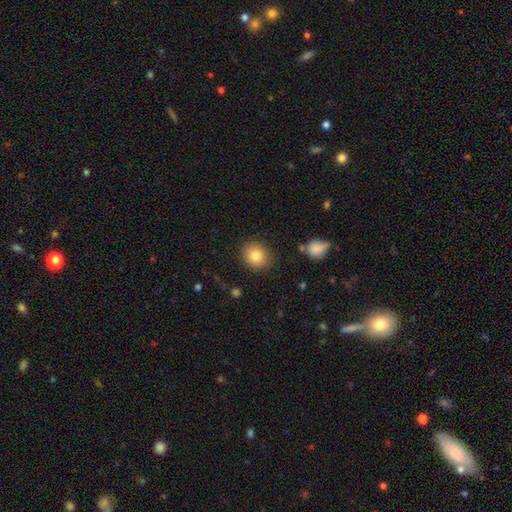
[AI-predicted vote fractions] Smooth or featured? smooth (83%)
How rounded? round (74%)
Merging? none (87%)